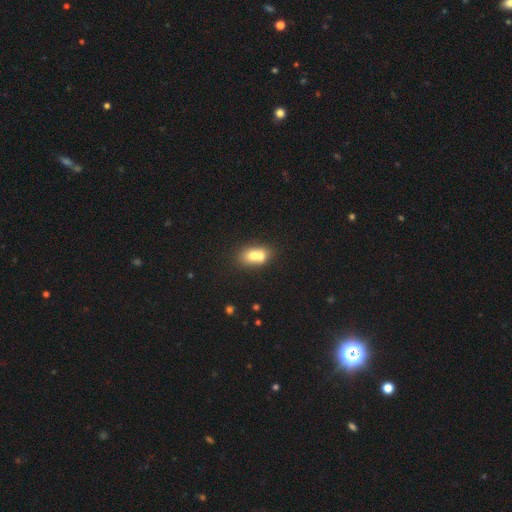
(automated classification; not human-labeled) A smooth galaxy with no disk features (67%) that is in between round and cigar-shaped (66%). Merging: merger (60%).